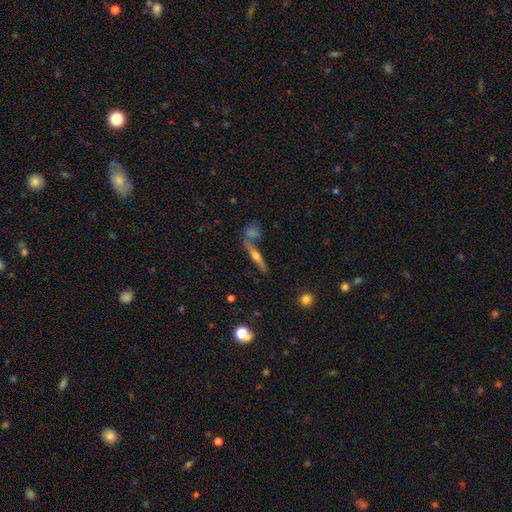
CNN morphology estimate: Smooth or featured: featured or disk — 63% (smooth — 29%)
Edge-on disk: yes — 93% (no — 7%)
Edge-on bulge: rounded — 91% (none — 5%)
Merging: none — 67% (merger — 18%)